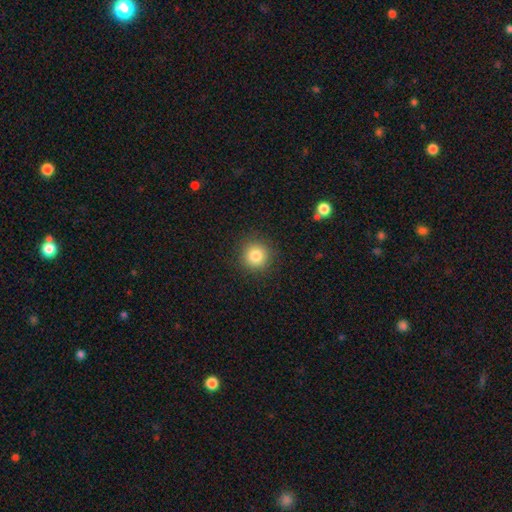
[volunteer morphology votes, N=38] Overall: smooth (87%). How rounded: round (97%). Merging: none (89%).